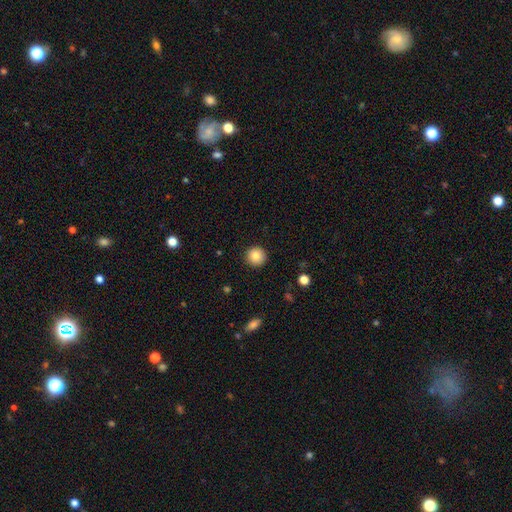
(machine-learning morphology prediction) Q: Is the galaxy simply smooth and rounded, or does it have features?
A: smooth — 85%.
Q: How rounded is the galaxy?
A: round — 95%.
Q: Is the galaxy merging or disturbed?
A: none — 92%.